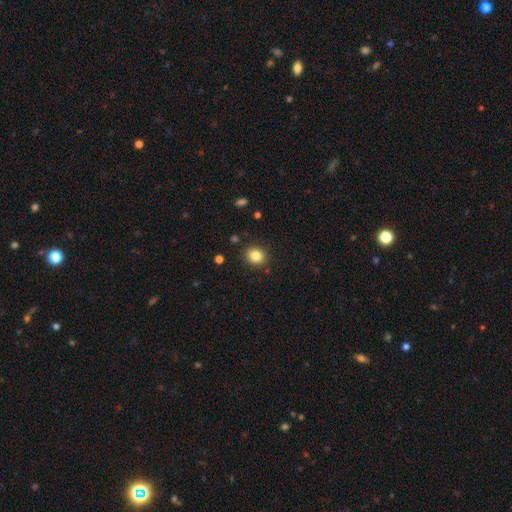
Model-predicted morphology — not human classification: Smooth or featured?
  - smooth: 84% *
  - star or artifact: 10%
  - featured or disk: 6%
How rounded?
  - round: 70% *
  - in between: 29%
  - cigar-shaped: 1%
Merging?
  - none: 88% *
  - minor disturbance: 8%
  - major disturbance: 2%
  - merger: 2%